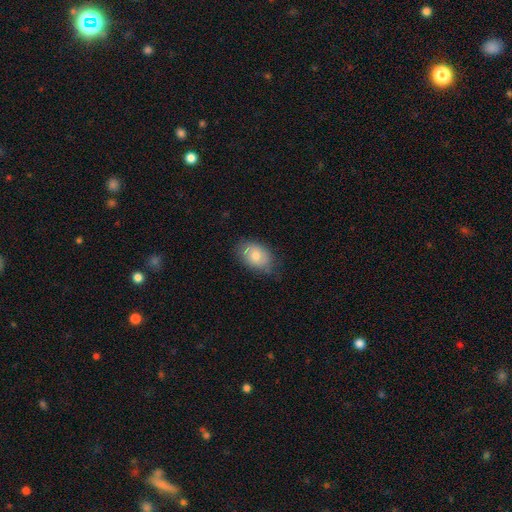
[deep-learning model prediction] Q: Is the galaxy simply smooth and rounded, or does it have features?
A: smooth — 68%.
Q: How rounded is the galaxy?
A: in between — 83%.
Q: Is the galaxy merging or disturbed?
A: none — 71%.